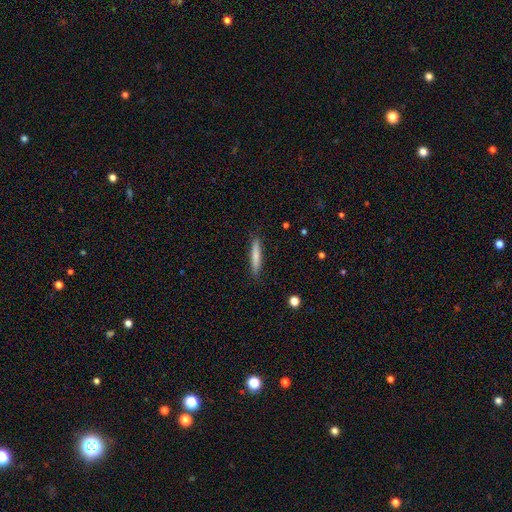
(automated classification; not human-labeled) Smooth or featured?
  - smooth: 74% *
  - featured or disk: 21%
  - star or artifact: 6%
How rounded?
  - cigar-shaped: 93% *
  - in between: 6%
  - round: 1%
Merging?
  - none: 88% *
  - minor disturbance: 9%
  - major disturbance: 2%
  - merger: 1%